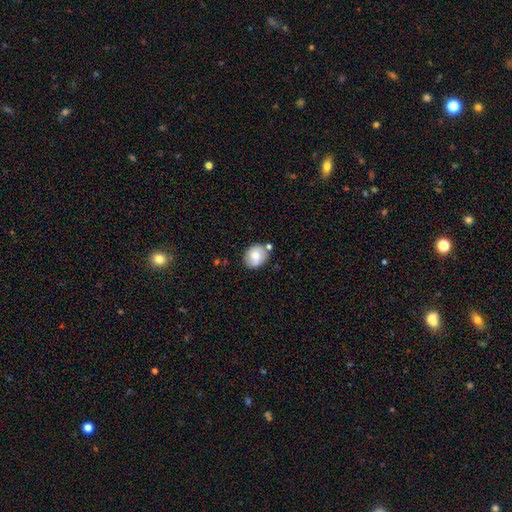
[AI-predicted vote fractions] Smooth or featured? Predicted: smooth (p=0.73). How rounded? Predicted: round (p=0.59). Merging? Predicted: none (p=0.68).